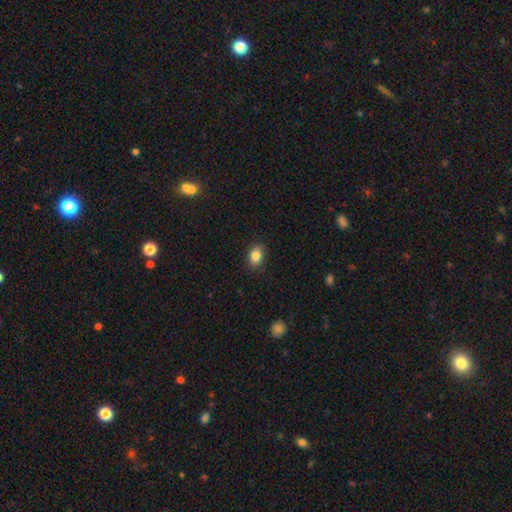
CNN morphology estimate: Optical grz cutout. It shows a smooth galaxy with no disk features (86%) that is in between round and cigar-shaped (71%). Merging: none (88%).